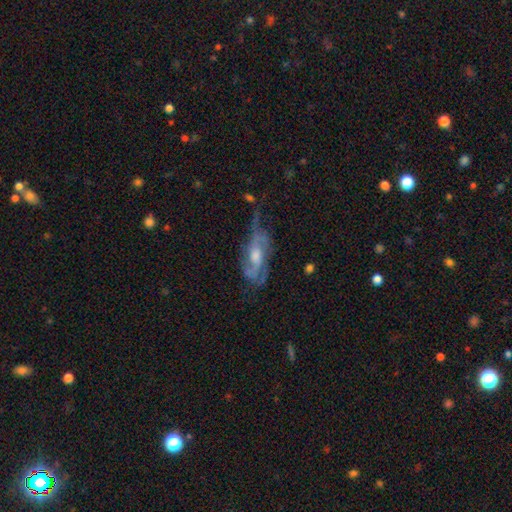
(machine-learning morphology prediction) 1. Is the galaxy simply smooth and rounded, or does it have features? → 79% featured or disk, 14% smooth, 7% star or artifact.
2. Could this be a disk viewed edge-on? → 88% no, 12% yes.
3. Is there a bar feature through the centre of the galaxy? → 57% no, 34% weak, 9% strong.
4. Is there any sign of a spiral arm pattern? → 89% yes, 11% no.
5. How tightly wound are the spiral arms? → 46% medium, 27% tight, 27% loose.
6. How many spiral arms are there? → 51% 2, 22% can't tell, 15% 3, 5% 1, 4% 4, 3% more than 4.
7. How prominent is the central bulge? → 62% moderate, 18% small, 15% large, 5% none, 1% dominant.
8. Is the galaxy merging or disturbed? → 46% none, 27% minor disturbance, 24% major disturbance, 3% merger.